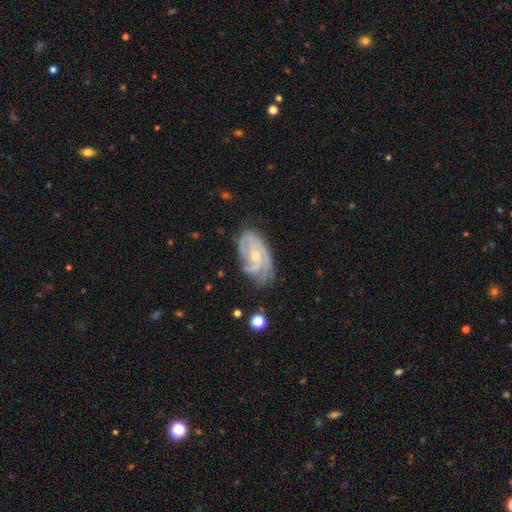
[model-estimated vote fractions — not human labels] Smooth or featured? featured or disk (87%)
Edge-on disk? no (97%)
Bar? no (60%)
Spiral arms? yes (97%)
Spiral winding? tight (62%)
Spiral arm count? 3 (38%)
Bulge size? small (65%)
Merging? none (67%)